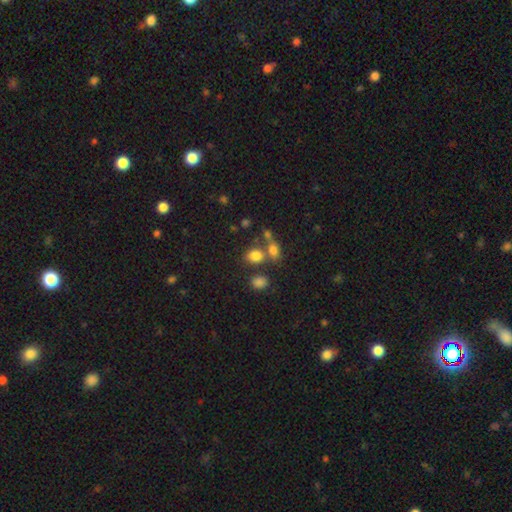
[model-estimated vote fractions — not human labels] Smooth or featured?
  - smooth: 78% *
  - star or artifact: 14%
  - featured or disk: 9%
How rounded?
  - in between: 54% *
  - round: 44%
  - cigar-shaped: 2%
Merging?
  - none: 51% *
  - merger: 31%
  - minor disturbance: 12%
  - major disturbance: 6%